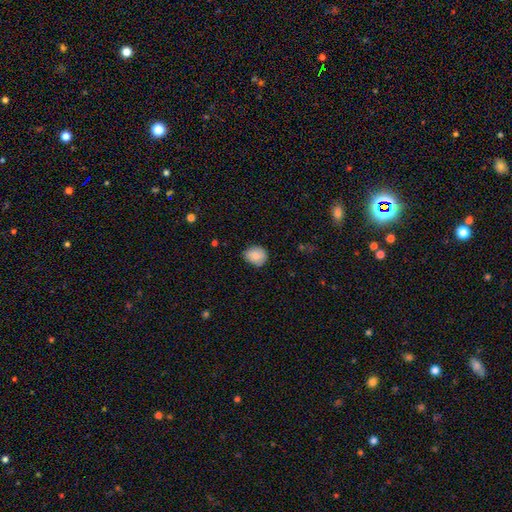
This appears to be a smooth galaxy with no disk features (92%) that is round (69%). Merging: none (69%).